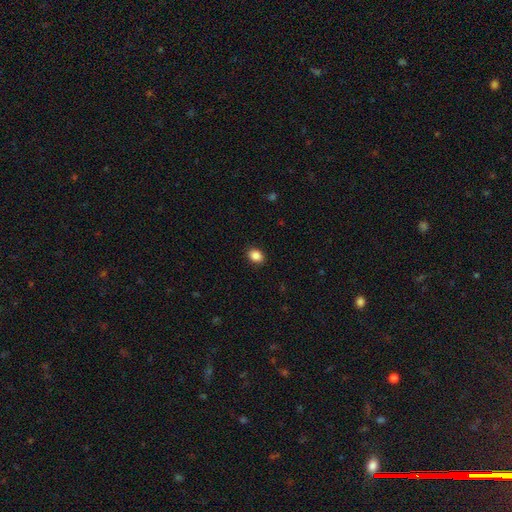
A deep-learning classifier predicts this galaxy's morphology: type=smooth (88%); roundness=in between (63%); merging=none (90%).